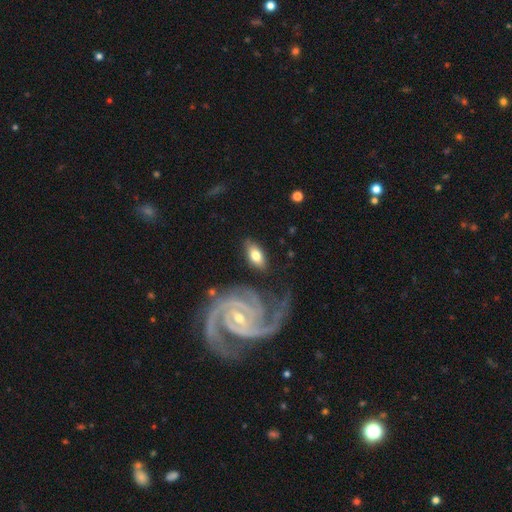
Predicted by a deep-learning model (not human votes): Q: Smooth or featured?
A: smooth (60%); runner-up: featured or disk (34%)
Q: How rounded?
A: in between (88%); runner-up: cigar-shaped (8%)
Q: Merging?
A: none (77%); runner-up: minor disturbance (14%)